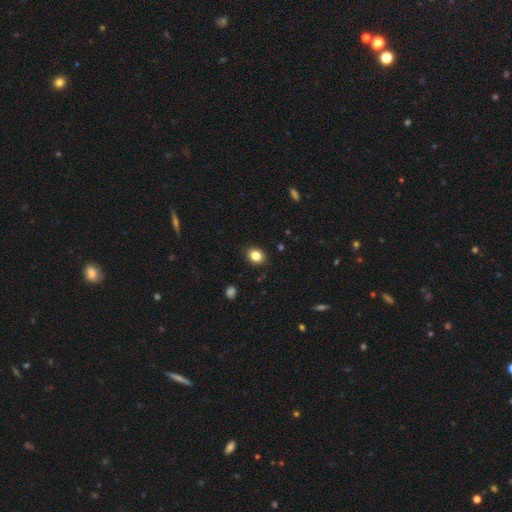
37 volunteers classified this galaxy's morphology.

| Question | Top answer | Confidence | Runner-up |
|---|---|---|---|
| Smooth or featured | smooth | 92% | star or artifact (8%) |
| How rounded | round | 56% | in between (44%) |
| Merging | none | 94% | minor disturbance (6%) |